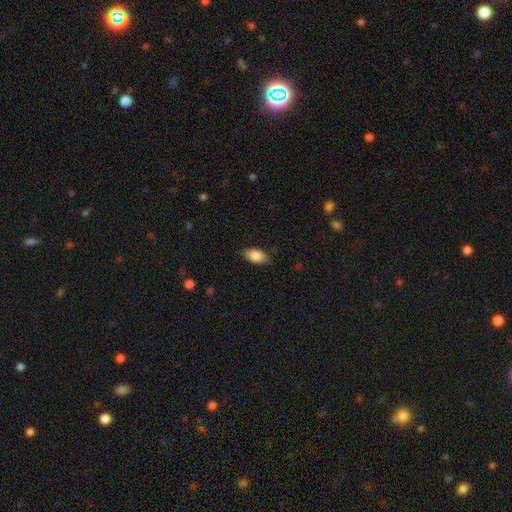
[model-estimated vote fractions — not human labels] smooth 86%, featured or disk 7%, star or artifact 7%. Down the decision tree: how rounded — in between (92%); merging — none (85%).